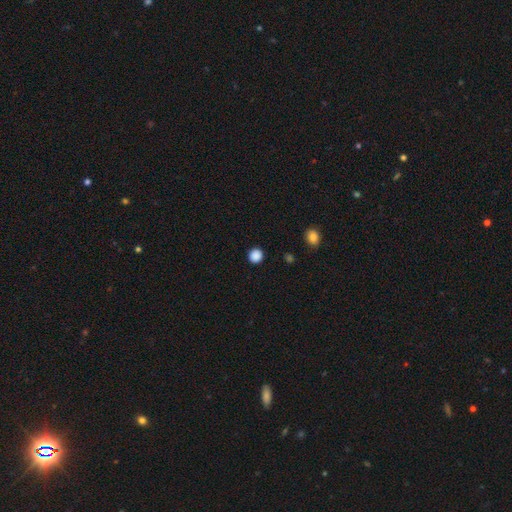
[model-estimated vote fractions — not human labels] Smooth or featured? Predicted: smooth (p=0.87). How rounded? Predicted: round (p=0.93). Merging? Predicted: none (p=0.92).